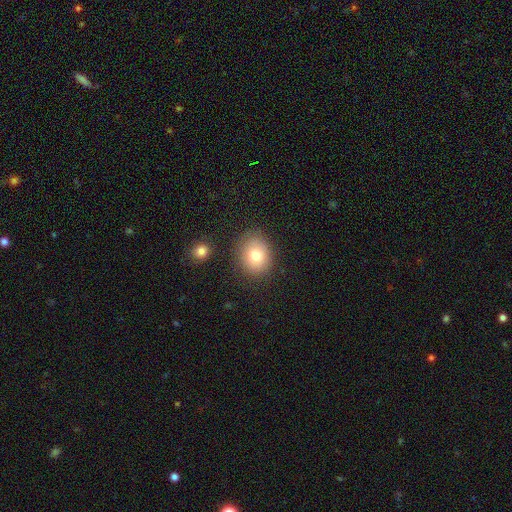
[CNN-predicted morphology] Smooth or featured?
  - smooth: 78% *
  - featured or disk: 12%
  - star or artifact: 10%
How rounded?
  - round: 59% *
  - in between: 41%
  - cigar-shaped: 1%
Merging?
  - none: 82% *
  - minor disturbance: 11%
  - major disturbance: 4%
  - merger: 3%